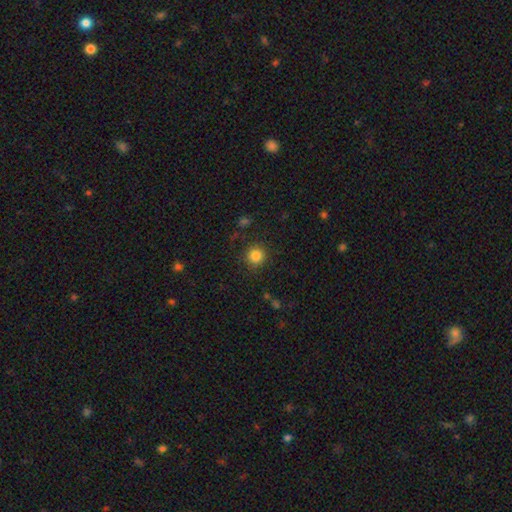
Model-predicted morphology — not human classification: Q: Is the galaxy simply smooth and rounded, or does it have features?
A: smooth — 84%.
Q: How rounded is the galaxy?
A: round — 94%.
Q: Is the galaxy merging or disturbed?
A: none — 89%.